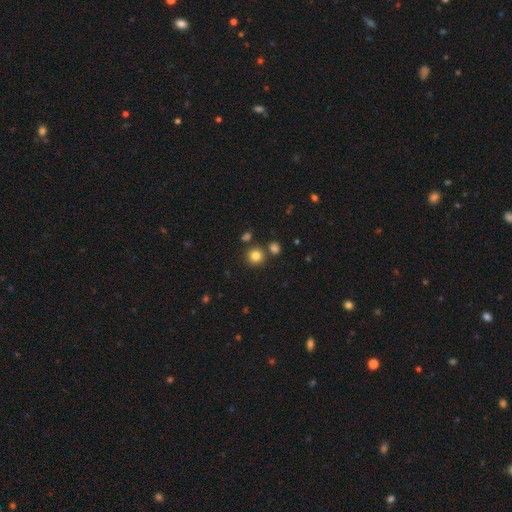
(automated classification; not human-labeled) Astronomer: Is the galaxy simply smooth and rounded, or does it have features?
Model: smooth — 82%.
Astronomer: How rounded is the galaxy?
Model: round — 92%.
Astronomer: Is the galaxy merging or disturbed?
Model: none — 82%.